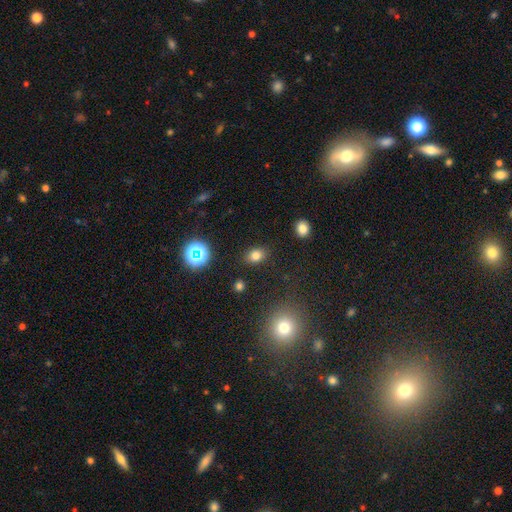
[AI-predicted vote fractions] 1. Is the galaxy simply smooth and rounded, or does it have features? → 77% smooth, 16% star or artifact, 8% featured or disk.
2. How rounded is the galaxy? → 66% in between, 32% round, 1% cigar-shaped.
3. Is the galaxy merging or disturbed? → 86% none, 9% minor disturbance, 3% major disturbance, 2% merger.